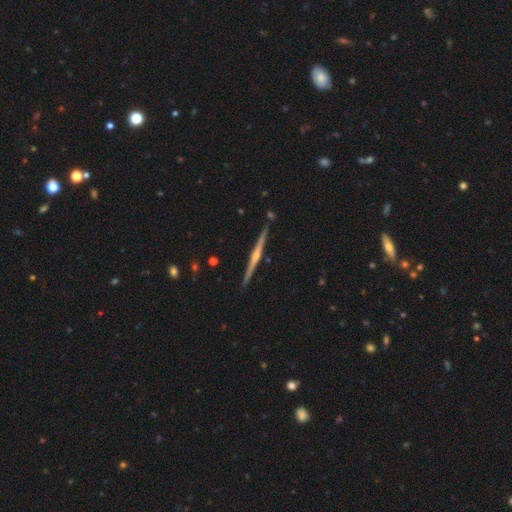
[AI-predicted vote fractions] Morphology: type=featured or disk (83%); edge-on=yes (98%); edge-on bulge=rounded (79%); merging=none (90%).